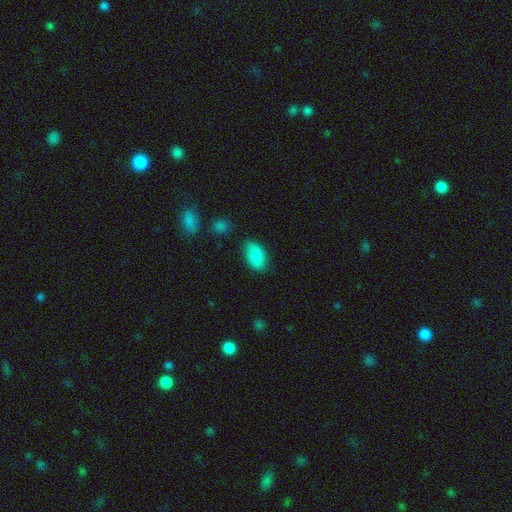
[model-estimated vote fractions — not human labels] smooth-or-featured: smooth: 87% | star or artifact: 8% | featured or disk: 5%
  how-rounded: in between: 93% | round: 5% | cigar-shaped: 2%
  merging: none: 77% | minor disturbance: 16% | major disturbance: 4% | merger: 2%